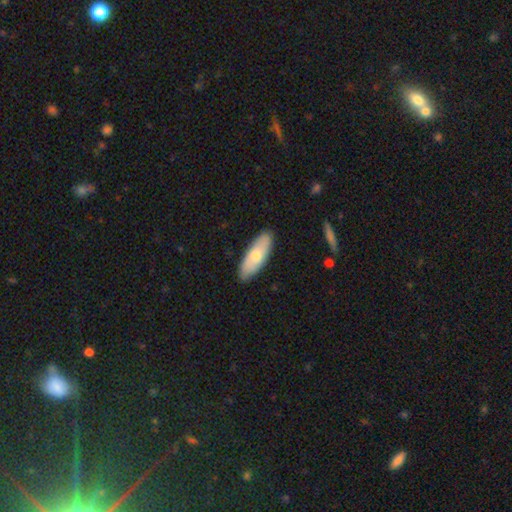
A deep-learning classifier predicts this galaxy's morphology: Smooth or featured? smooth (69%)
How rounded? in between (69%)
Merging? none (85%)